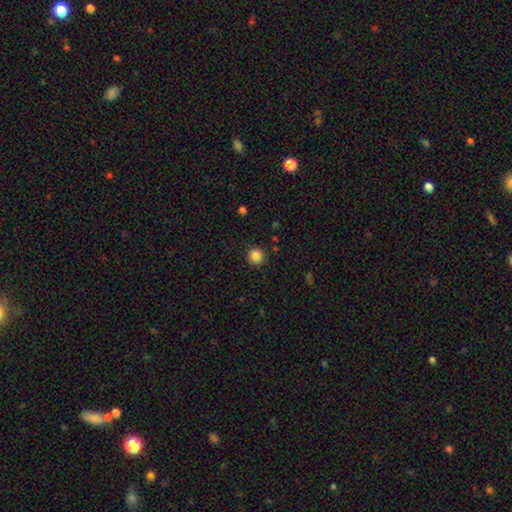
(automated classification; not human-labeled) Smooth or featured?
  - smooth: 85% *
  - star or artifact: 11%
  - featured or disk: 4%
How rounded?
  - round: 96% *
  - in between: 3%
  - cigar-shaped: 1%
Merging?
  - none: 92% *
  - minor disturbance: 5%
  - major disturbance: 2%
  - merger: 1%